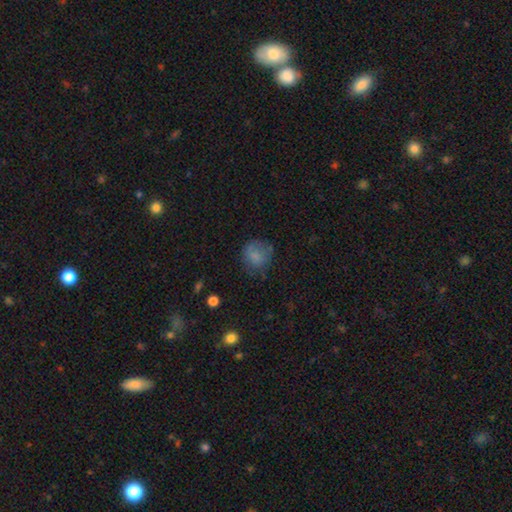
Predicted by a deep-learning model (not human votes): Smooth or featured: smooth — 73% (featured or disk — 16%)
How rounded: round — 83% (in between — 16%)
Merging: none — 60% (minor disturbance — 25%)